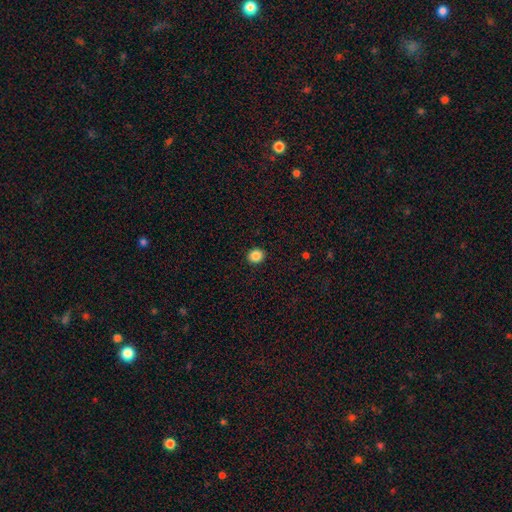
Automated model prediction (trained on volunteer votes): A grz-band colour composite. It shows a smooth galaxy with no disk features (87%) that is round (79%). Merging: none (92%).